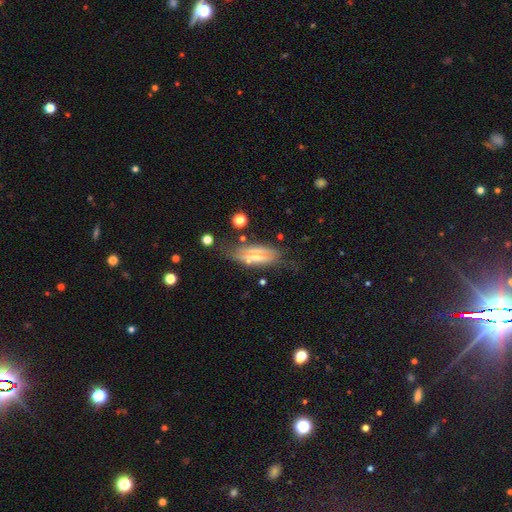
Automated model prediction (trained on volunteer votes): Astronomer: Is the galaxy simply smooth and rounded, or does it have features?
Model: featured or disk — 44%, tied with smooth at 44%.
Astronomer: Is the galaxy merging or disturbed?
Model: none — 62%.